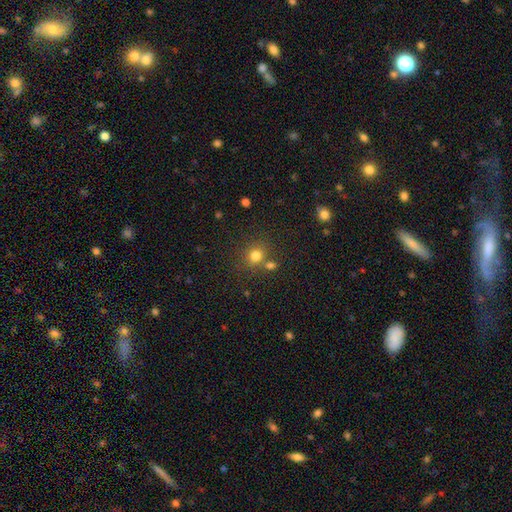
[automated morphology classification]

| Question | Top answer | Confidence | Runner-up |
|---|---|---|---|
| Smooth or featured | smooth | 78% | star or artifact (15%) |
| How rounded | round | 80% | in between (19%) |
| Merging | none | 69% | merger (17%) |